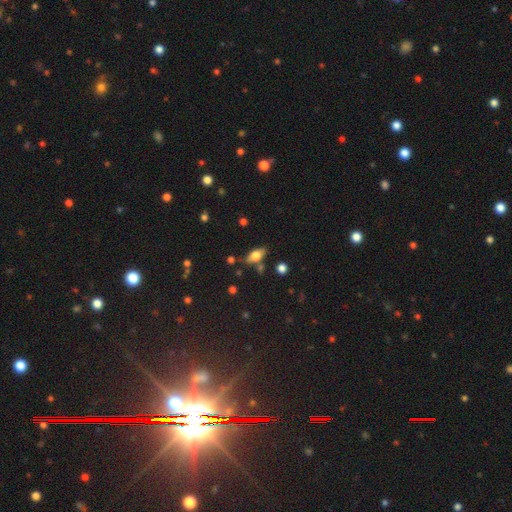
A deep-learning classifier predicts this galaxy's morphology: Overall: smooth (69%). How rounded: in between (83%). Merging: none (70%).